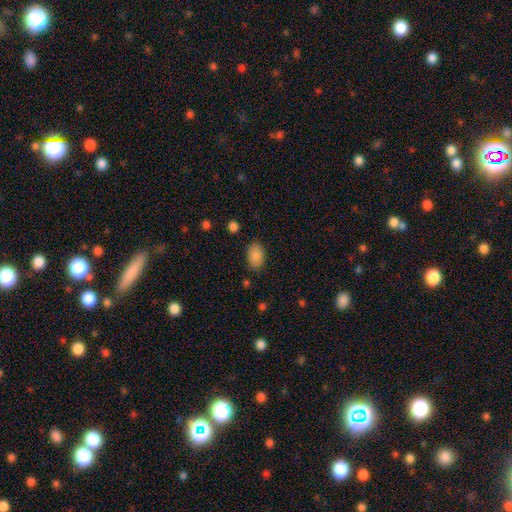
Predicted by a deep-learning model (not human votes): A smooth galaxy with no disk features (87%) that is in between round and cigar-shaped (87%). Merging: none (84%).